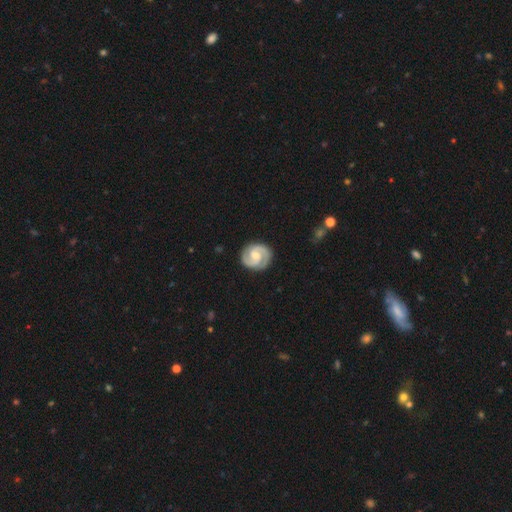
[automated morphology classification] Smooth or featured? Predicted: featured or disk (p=0.88). Edge-on disk? Predicted: no (p=0.98). Bar? Predicted: weak (p=0.48). Spiral arms? Predicted: yes (p=0.98). Spiral winding? Predicted: tight (p=0.51). Spiral arm count? Predicted: 2 (p=0.93). Bulge size? Predicted: moderate (p=0.56). Merging? Predicted: none (p=0.87).